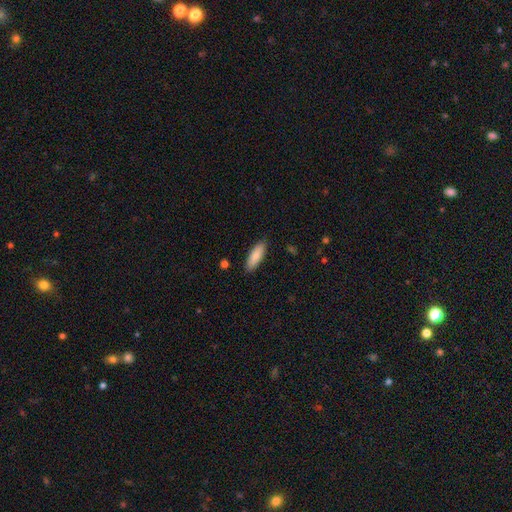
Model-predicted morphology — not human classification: This is clearly a smooth galaxy (86%). How rounded: possibly in between (59%). Merging: clearly none (88%).